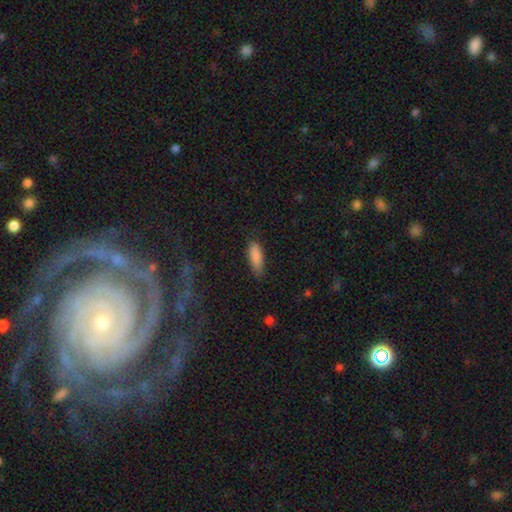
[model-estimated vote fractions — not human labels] Smooth or featured?
  - smooth: 88% *
  - star or artifact: 7%
  - featured or disk: 6%
How rounded?
  - in between: 62% *
  - cigar-shaped: 36%
  - round: 2%
Merging?
  - none: 77% *
  - minor disturbance: 18%
  - major disturbance: 4%
  - merger: 1%